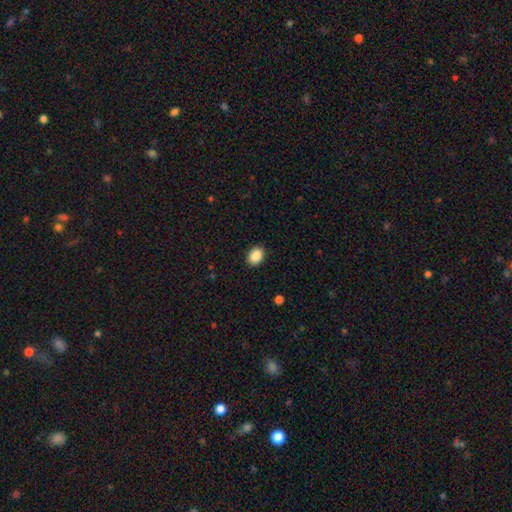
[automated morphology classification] A smooth galaxy with no disk features (89%) that is in between round and cigar-shaped (67%).

Vote fractions:
- Smooth or featured? smooth: 89% / star or artifact: 8% / featured or disk: 3%
- How rounded? in between: 67% / round: 33% / cigar-shaped: 1%
- Merging? none: 88% / minor disturbance: 9% / major disturbance: 2% / merger: 1%